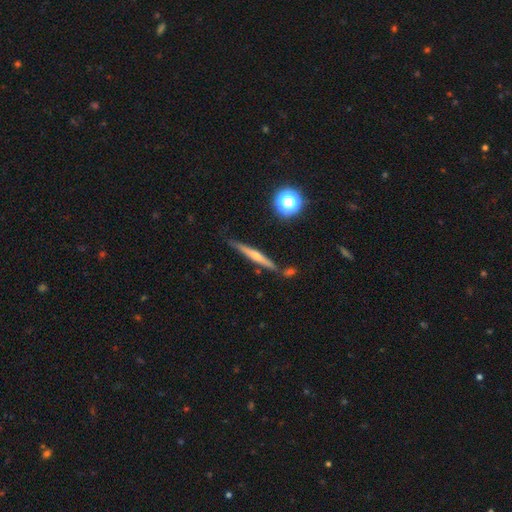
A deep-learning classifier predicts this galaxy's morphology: This is likely a featured or disk galaxy (61%). It is clearly viewed edge-on (96%). Edge-on bulge: likely rounded (71%). Merging: clearly none (82%).